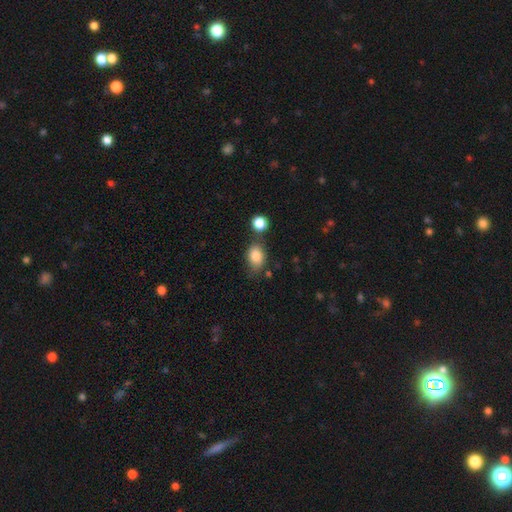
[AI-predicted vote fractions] Smooth or featured? Predicted: smooth (p=0.84). How rounded? Predicted: in between (p=0.77). Merging? Predicted: none (p=0.60).